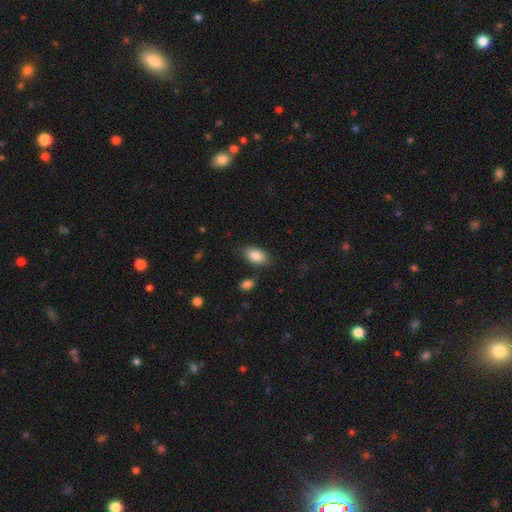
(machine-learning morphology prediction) smooth_or_featured: smooth (p=0.86) [alt: star or artifact p=0.07]
how_rounded: in between (p=0.93) [alt: round p=0.05]
merging: none (p=0.81) [alt: minor disturbance p=0.12]